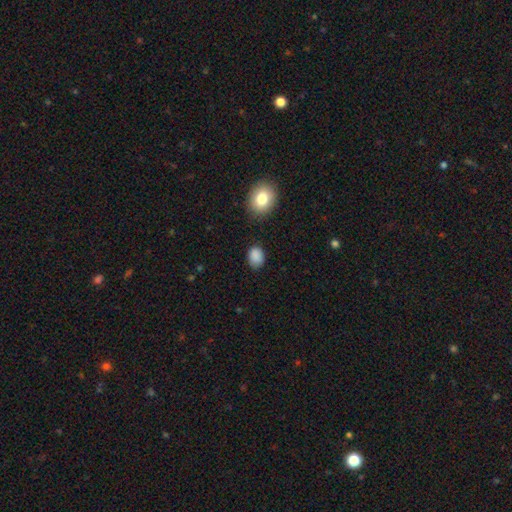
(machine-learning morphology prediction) Smooth or featured? Predicted: smooth (p=0.88). How rounded? Predicted: in between (p=0.64). Merging? Predicted: none (p=0.79).